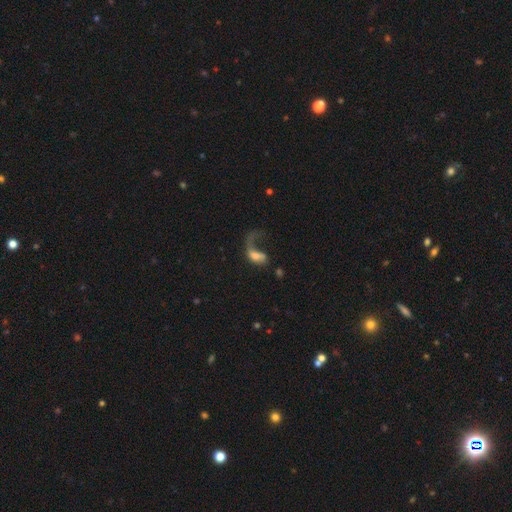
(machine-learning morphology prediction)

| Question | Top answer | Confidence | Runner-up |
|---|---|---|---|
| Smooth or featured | featured or disk | 47% | smooth (43%) |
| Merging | major disturbance | 62% | none (18%) |